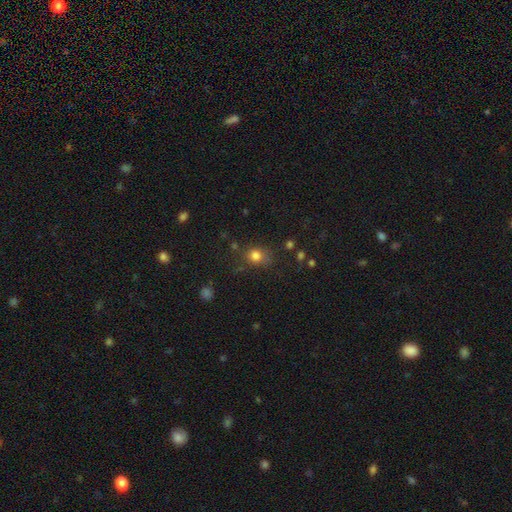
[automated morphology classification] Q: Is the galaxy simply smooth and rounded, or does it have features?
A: smooth — 80%.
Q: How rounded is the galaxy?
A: round — 69%.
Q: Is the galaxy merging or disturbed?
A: none — 70%.